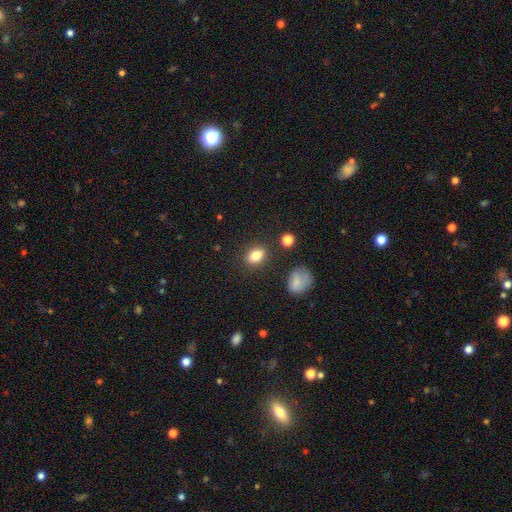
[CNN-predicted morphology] This appears to be a smooth galaxy with no disk features (82%) that is in between round and cigar-shaped (70%). Merging: none (83%).